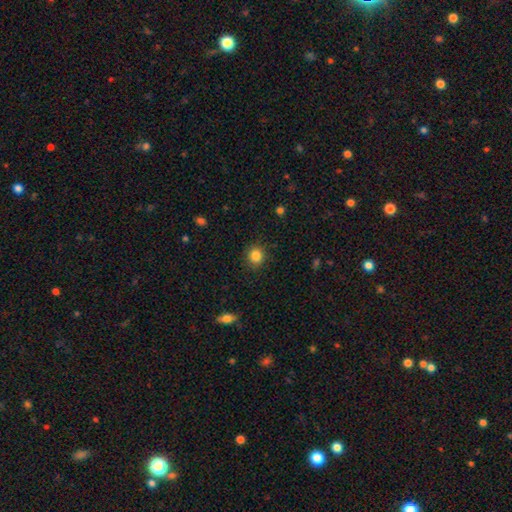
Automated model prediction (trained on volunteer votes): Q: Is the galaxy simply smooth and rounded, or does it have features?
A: smooth — 84%.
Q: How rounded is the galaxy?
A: round — 85%.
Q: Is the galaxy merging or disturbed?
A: none — 88%.